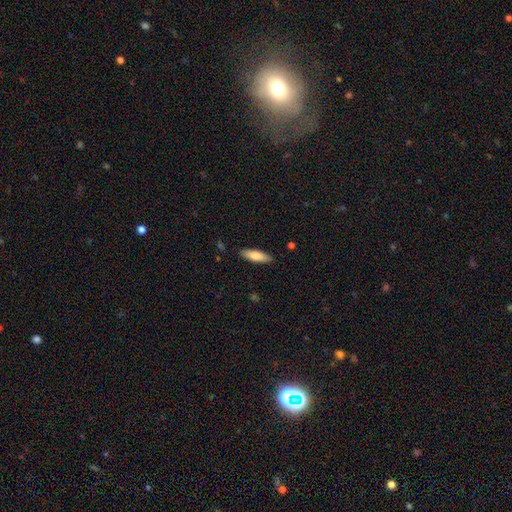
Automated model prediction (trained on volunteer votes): The model was most divided on "how rounded": cigar-shaped: 50%, in between: 48%, round: 2%. More confident: merging — none (87%); smooth or featured — smooth (80%).